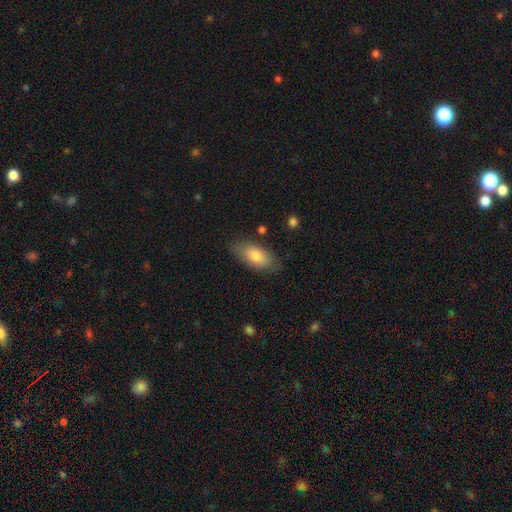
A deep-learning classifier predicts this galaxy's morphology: The model was most divided on "smooth or featured": smooth: 76%, featured or disk: 17%, star or artifact: 7%. More confident: how rounded — in between (87%); merging — none (79%).